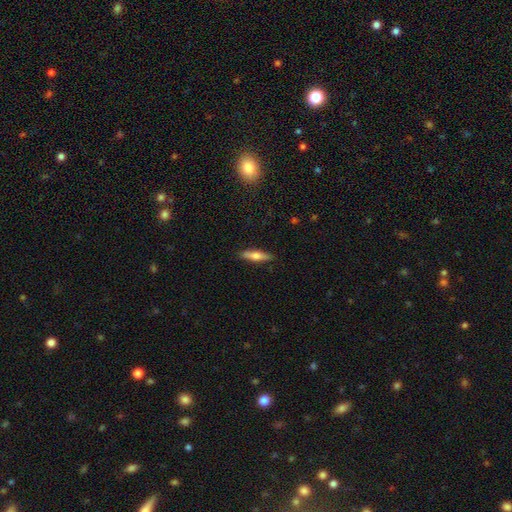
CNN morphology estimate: Smooth or featured: smooth — 52% (featured or disk — 42%)
How rounded: cigar-shaped — 75% (in between — 23%)
Merging: none — 88% (minor disturbance — 9%)